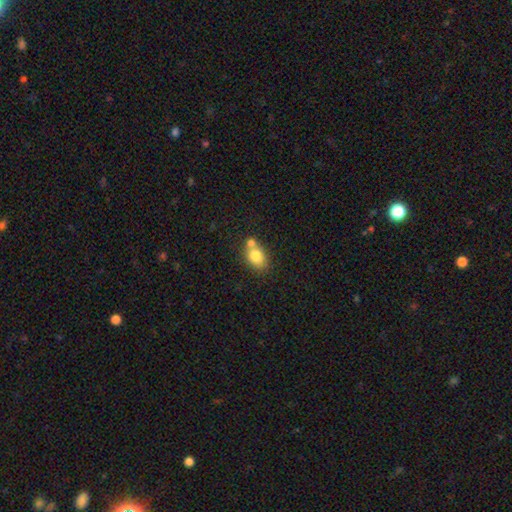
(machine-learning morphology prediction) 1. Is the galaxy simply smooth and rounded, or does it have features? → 79% smooth, 12% featured or disk, 9% star or artifact.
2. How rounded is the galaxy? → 63% in between, 35% round, 1% cigar-shaped.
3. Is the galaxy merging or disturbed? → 48% none, 37% merger, 12% minor disturbance, 4% major disturbance.